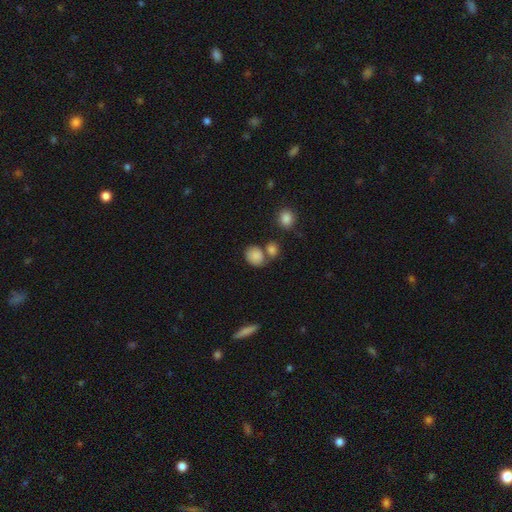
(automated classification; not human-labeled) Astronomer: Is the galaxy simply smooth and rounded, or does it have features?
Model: smooth — 84%.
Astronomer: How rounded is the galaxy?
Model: round — 55% (runner-up: in between, 44%).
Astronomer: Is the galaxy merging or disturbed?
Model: none — 52% (runner-up: merger, 29%).